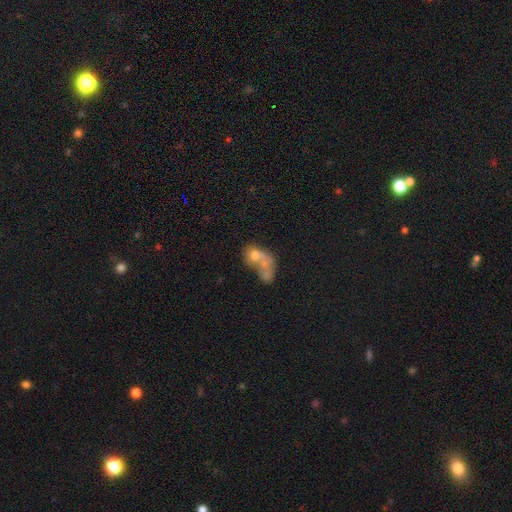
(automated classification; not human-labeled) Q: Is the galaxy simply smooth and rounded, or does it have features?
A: smooth — 51%.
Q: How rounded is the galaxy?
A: in between — 62%.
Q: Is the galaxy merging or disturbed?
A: merger — 65%.